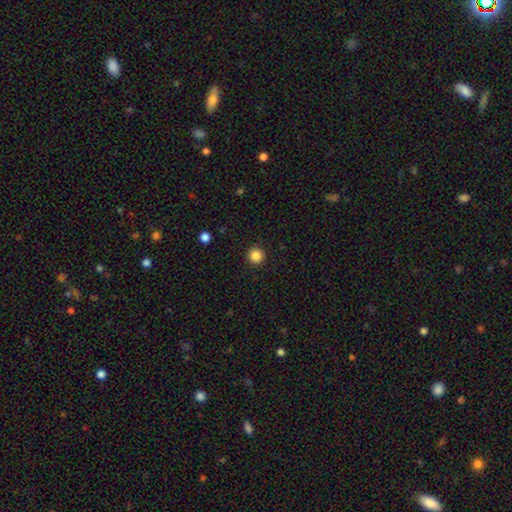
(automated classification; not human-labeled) smooth_or_featured: smooth (p=0.86) [alt: star or artifact p=0.11]
how_rounded: round (p=0.96) [alt: in between p=0.03]
merging: none (p=0.92) [alt: minor disturbance p=0.05]